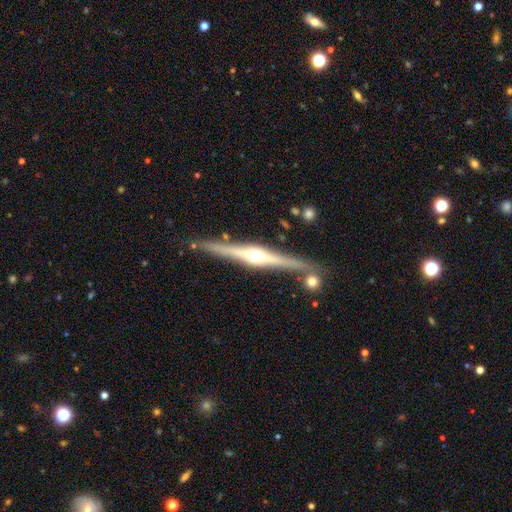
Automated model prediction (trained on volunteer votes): This appears to be a featured or disk galaxy (82%) viewed edge-on (98%) with a rounded central bulge (93%). Merging: none (84%).